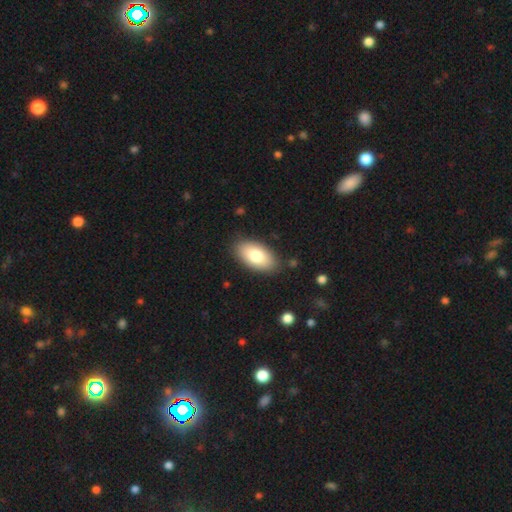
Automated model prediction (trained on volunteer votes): smooth 78%, featured or disk 15%, star or artifact 6%. Down the decision tree: how rounded — in between (94%); merging — none (85%).